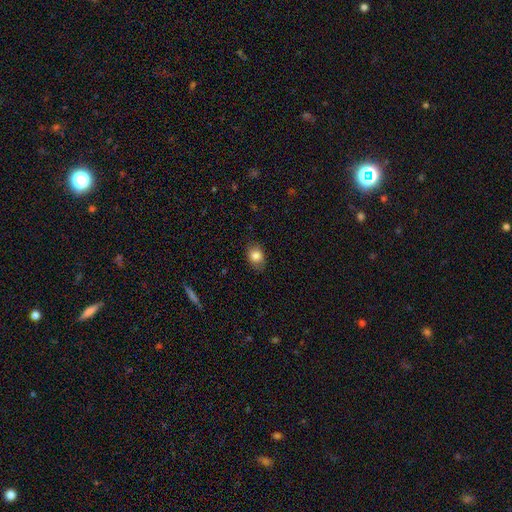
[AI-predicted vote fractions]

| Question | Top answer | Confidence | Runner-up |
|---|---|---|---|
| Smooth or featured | smooth | 83% | star or artifact (9%) |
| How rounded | in between | 63% | round (36%) |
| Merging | none | 81% | minor disturbance (15%) |